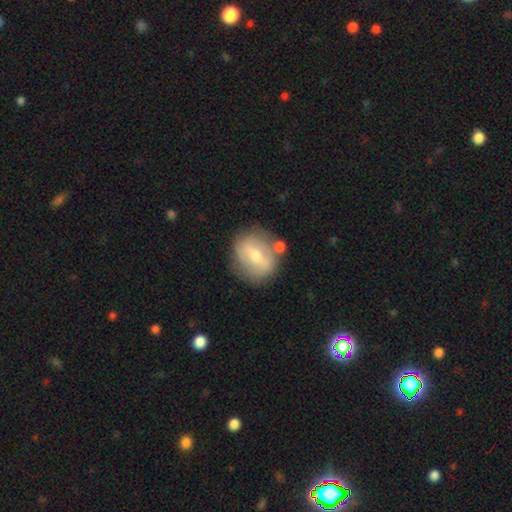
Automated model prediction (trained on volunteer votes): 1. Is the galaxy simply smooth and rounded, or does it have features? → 50% featured or disk, 43% smooth, 7% star or artifact.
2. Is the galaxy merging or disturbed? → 71% none, 15% minor disturbance, 8% merger, 5% major disturbance.